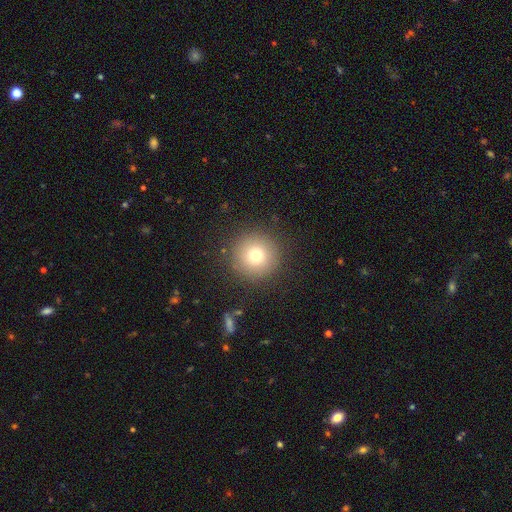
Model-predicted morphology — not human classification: Smooth or featured? Predicted: smooth (p=0.75). How rounded? Predicted: round (p=0.96). Merging? Predicted: none (p=0.89).